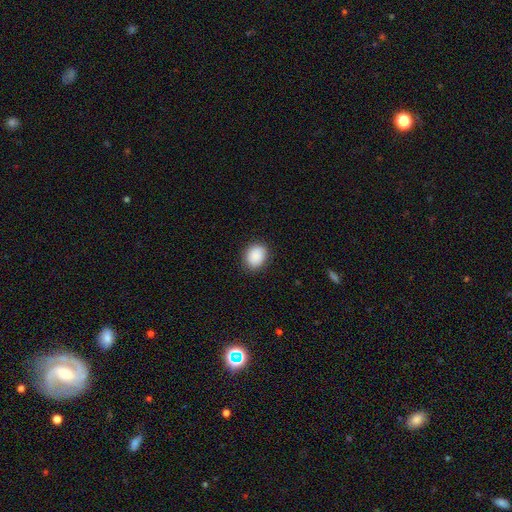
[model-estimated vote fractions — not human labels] Overall: smooth (90%). How rounded: in between (55%; round 44%). Merging: none (87%).